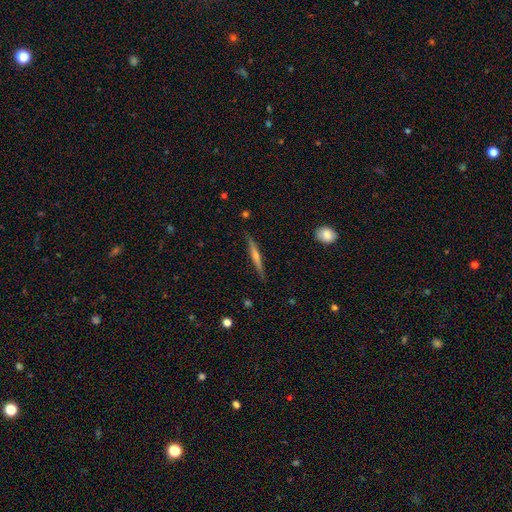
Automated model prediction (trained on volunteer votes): smooth_or_featured: featured or disk (p=0.68) [alt: smooth p=0.24]
disk_edge_on: yes (p=0.97) [alt: no p=0.03]
edge_on_bulge: rounded (p=0.76) [alt: none p=0.17]
merging: none (p=0.89) [alt: minor disturbance p=0.08]